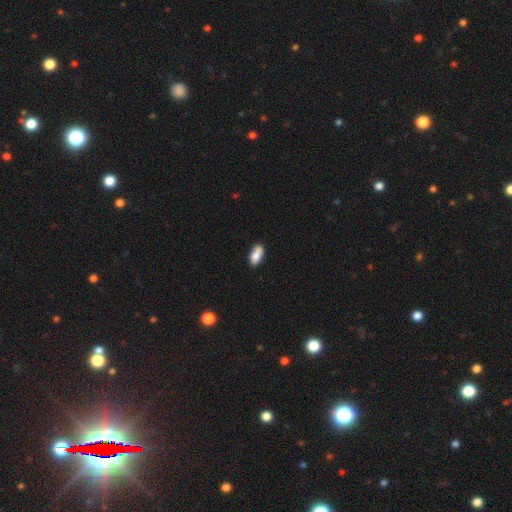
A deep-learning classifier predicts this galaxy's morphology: A smooth galaxy with no disk features (76%) that is in between round and cigar-shaped (90%).

Vote fractions:
- Smooth or featured? smooth: 76% / featured or disk: 17% / star or artifact: 8%
- How rounded? in between: 90% / round: 5% / cigar-shaped: 5%
- Merging? none: 53% / merger: 22% / minor disturbance: 20% / major disturbance: 5%